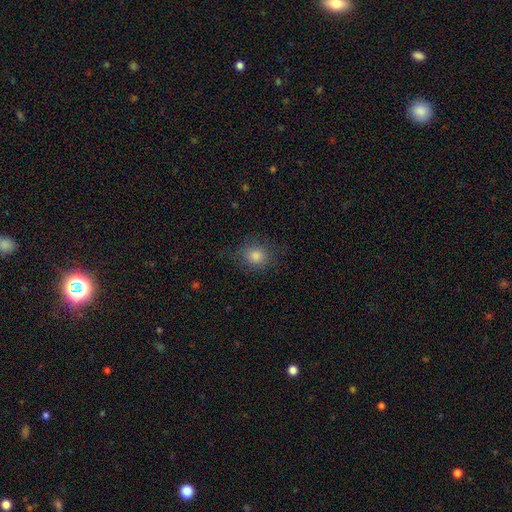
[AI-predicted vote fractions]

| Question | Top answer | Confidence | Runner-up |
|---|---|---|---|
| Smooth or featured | smooth | 80% | star or artifact (13%) |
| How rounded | round | 74% | in between (25%) |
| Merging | none | 79% | minor disturbance (15%) |